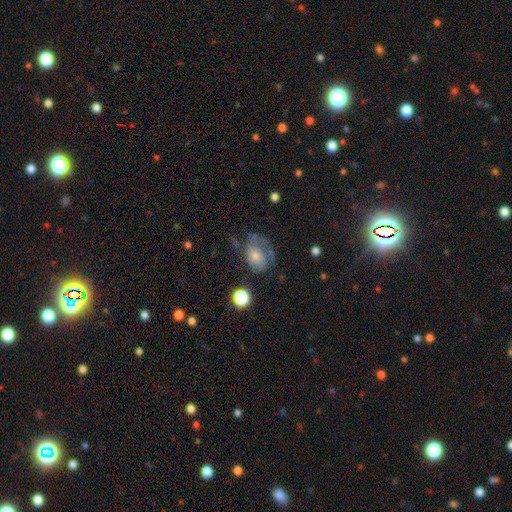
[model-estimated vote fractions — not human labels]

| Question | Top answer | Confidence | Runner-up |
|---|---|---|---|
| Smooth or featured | featured or disk | 52% | smooth (38%) |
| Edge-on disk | no | 96% | yes (4%) |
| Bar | no | 77% | weak (19%) |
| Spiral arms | yes | 71% | no (29%) |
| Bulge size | small | 46% | moderate (37%) |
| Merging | none | 39% | major disturbance (31%) |